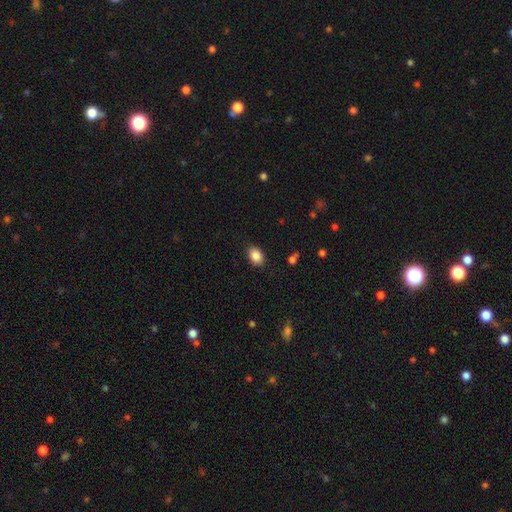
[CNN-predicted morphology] Overall: smooth (87%). How rounded: in between (79%). Merging: none (86%).